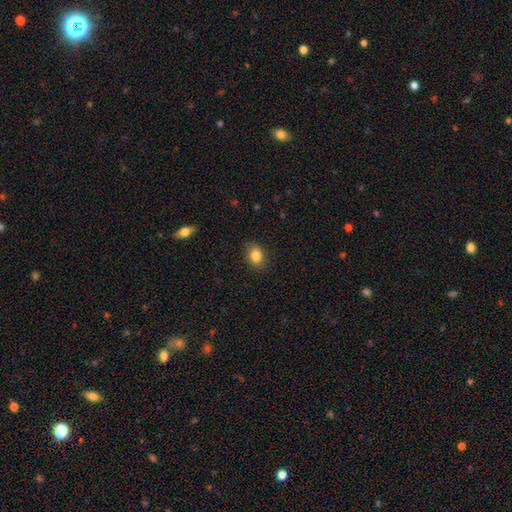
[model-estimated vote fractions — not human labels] Q: Smooth or featured?
A: smooth (85%); runner-up: star or artifact (9%)
Q: How rounded?
A: in between (67%); runner-up: round (31%)
Q: Merging?
A: none (85%); runner-up: minor disturbance (11%)